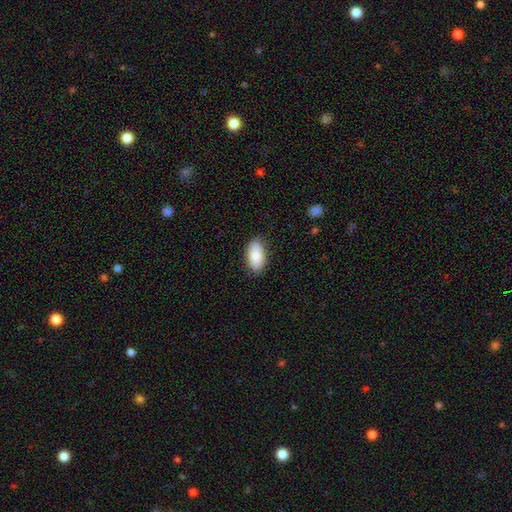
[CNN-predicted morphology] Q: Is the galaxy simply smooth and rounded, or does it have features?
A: smooth — 83%.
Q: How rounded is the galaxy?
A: in between — 94%.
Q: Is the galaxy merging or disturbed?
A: none — 82%.